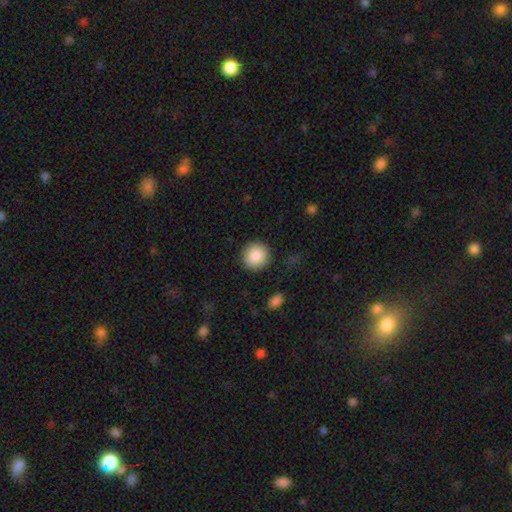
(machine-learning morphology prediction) Q: Smooth or featured?
A: smooth (88%); runner-up: star or artifact (8%)
Q: How rounded?
A: round (93%); runner-up: in between (6%)
Q: Merging?
A: none (90%); runner-up: minor disturbance (7%)